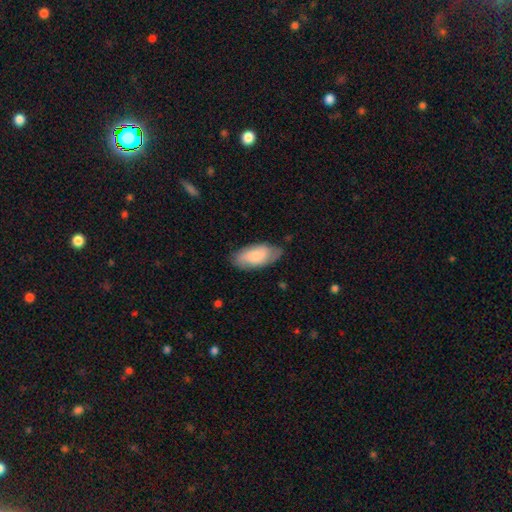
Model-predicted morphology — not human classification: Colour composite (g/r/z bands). It shows a smooth galaxy with no disk features (72%) that is in between round and cigar-shaped (91%). Merging: none (71%).